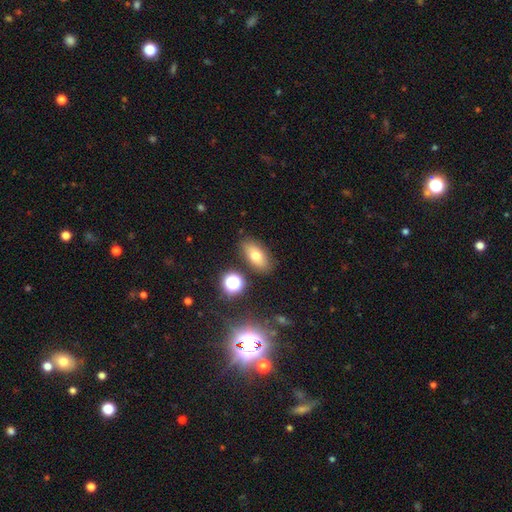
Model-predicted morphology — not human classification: Smooth or featured? smooth (71%)
How rounded? in between (86%)
Merging? none (83%)